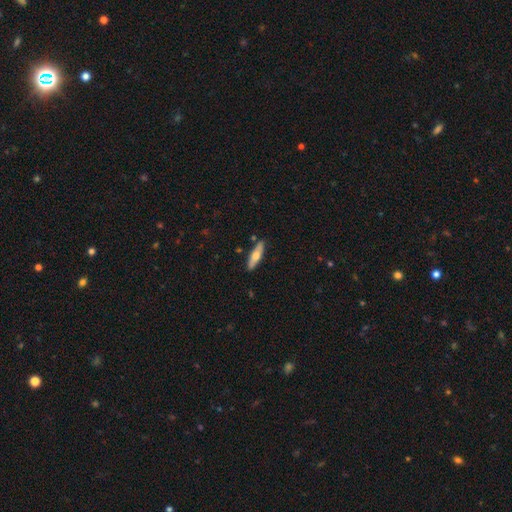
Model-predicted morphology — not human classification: Smooth or featured?
  - smooth: 55% *
  - featured or disk: 40%
  - star or artifact: 5%
How rounded?
  - cigar-shaped: 67% *
  - in between: 31%
  - round: 2%
Merging?
  - none: 86% *
  - minor disturbance: 10%
  - merger: 3%
  - major disturbance: 2%